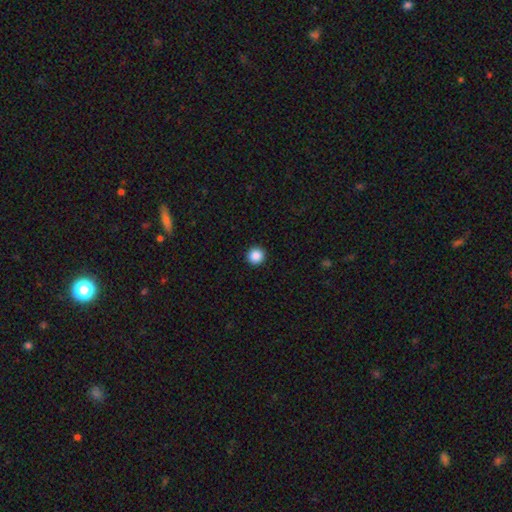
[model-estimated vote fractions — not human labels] Morphology: type=smooth (88%); roundness=round (96%); merging=none (94%).